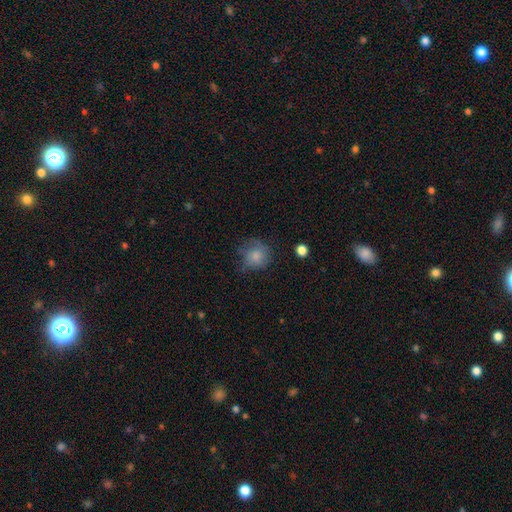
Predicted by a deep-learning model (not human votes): The model was most divided on "merging": none: 59%, minor disturbance: 27%, major disturbance: 12%, merger: 2%. More confident: how rounded — round (84%); smooth or featured — smooth (79%).